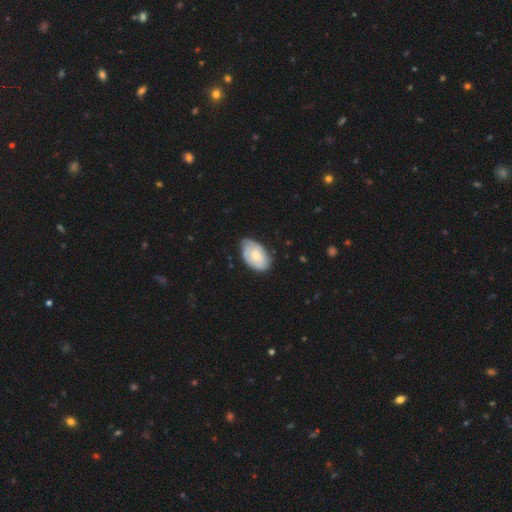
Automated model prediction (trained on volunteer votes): Smooth or featured?
  - smooth: 56% *
  - featured or disk: 39%
  - star or artifact: 6%
How rounded?
  - in between: 90% *
  - round: 9%
  - cigar-shaped: 1%
Merging?
  - none: 61% *
  - minor disturbance: 31%
  - major disturbance: 6%
  - merger: 1%